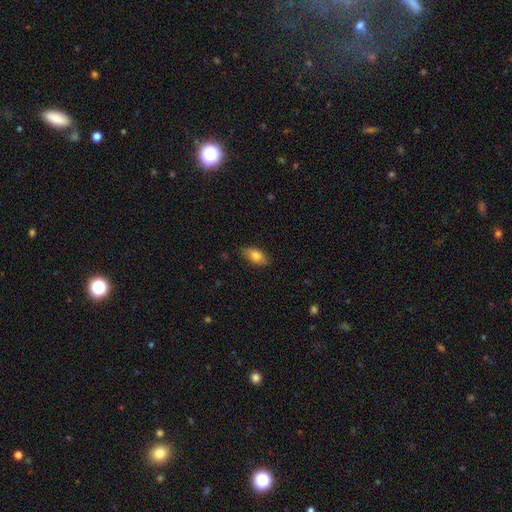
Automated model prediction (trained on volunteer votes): smooth-or-featured: smooth: 78% | featured or disk: 15% | star or artifact: 7%
  how-rounded: in between: 88% | round: 6% | cigar-shaped: 6%
  merging: none: 83% | minor disturbance: 14% | major disturbance: 2% | merger: 1%